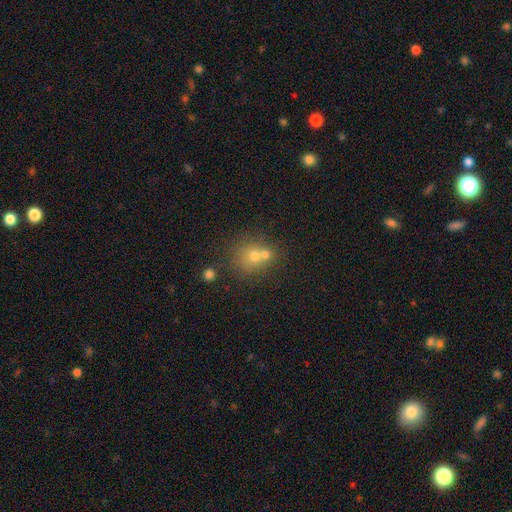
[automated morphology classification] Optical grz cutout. It shows a smooth galaxy with no disk features (64%) that is round (80%). Merging: none (45%).